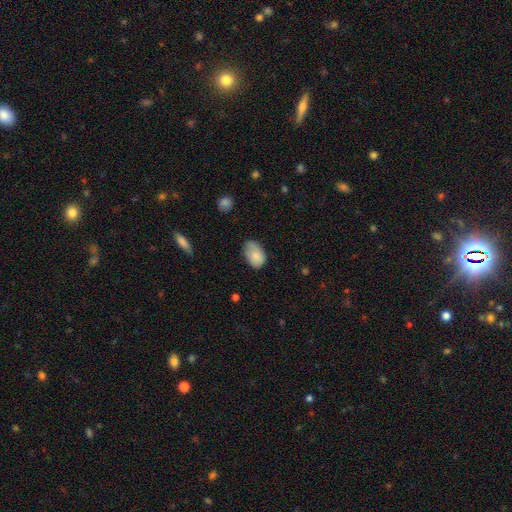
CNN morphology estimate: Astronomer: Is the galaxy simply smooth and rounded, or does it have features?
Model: smooth — 83%.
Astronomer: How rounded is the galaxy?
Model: in between — 90%.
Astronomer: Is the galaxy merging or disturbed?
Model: none — 54% (runner-up: minor disturbance, 36%).